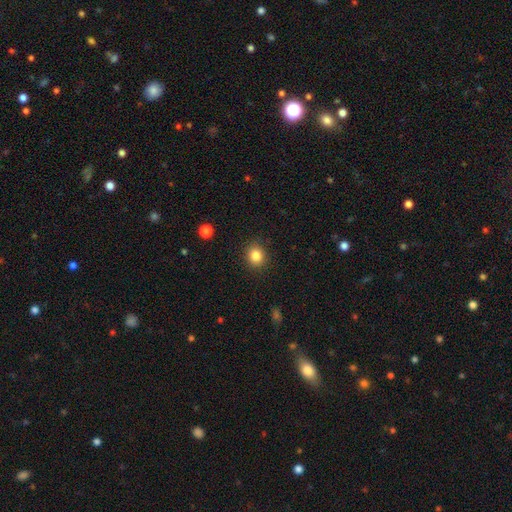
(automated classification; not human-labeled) Smooth or featured: smooth — 84% (star or artifact — 11%)
How rounded: round — 80% (in between — 19%)
Merging: none — 90% (minor disturbance — 7%)